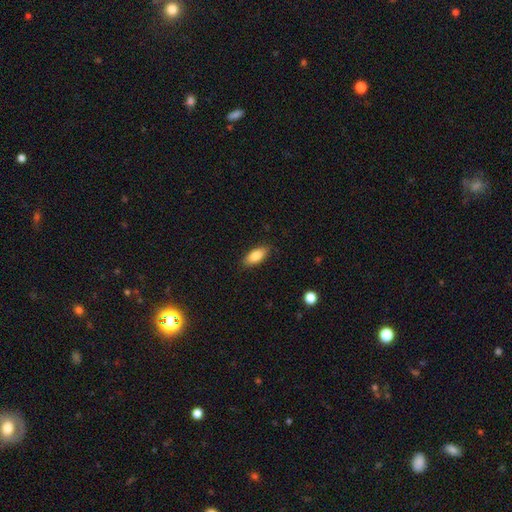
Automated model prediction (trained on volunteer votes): Smooth or featured? Predicted: smooth (p=0.83). How rounded? Predicted: in between (p=0.84). Merging? Predicted: none (p=0.87).